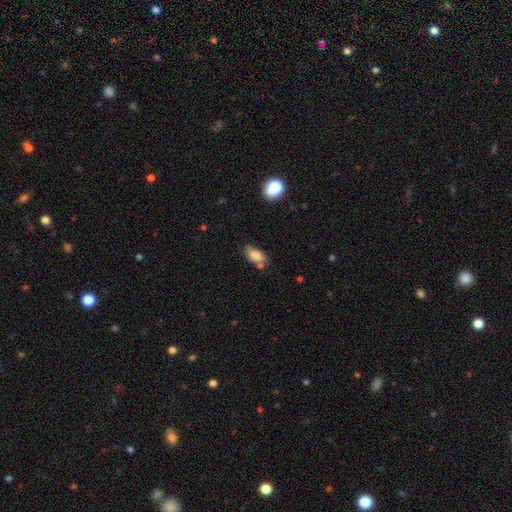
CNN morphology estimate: This appears to be a smooth galaxy with no disk features (81%) that is in between round and cigar-shaped (88%). Merging: none (55%).